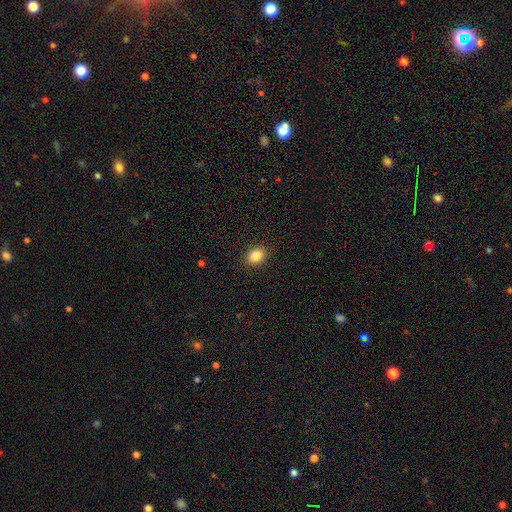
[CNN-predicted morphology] Overall: smooth (85%). How rounded: round (53%; in between 46%). Merging: none (90%).